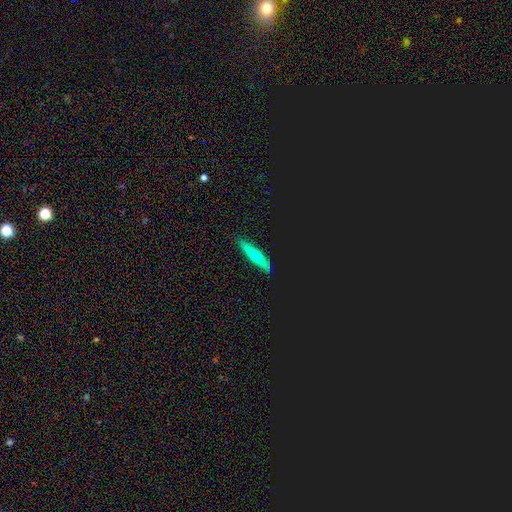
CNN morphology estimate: smooth_or_featured: smooth (p=0.49) [alt: featured or disk p=0.40]
merging: none (p=0.89) [alt: minor disturbance p=0.08]